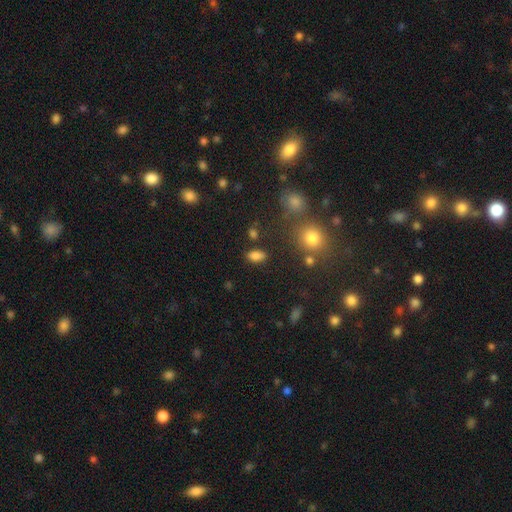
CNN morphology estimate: A smooth galaxy with no disk features (82%) that is in between round and cigar-shaped (88%). Merging: none (78%).